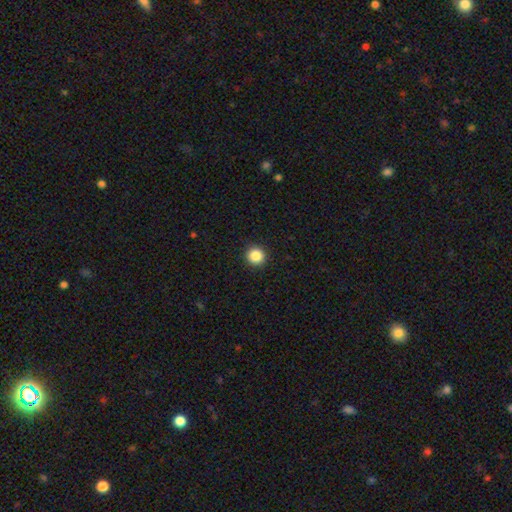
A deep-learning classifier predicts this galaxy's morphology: smooth 86%, star or artifact 10%, featured or disk 4%. Down the decision tree: how rounded — round (95%); merging — none (93%).